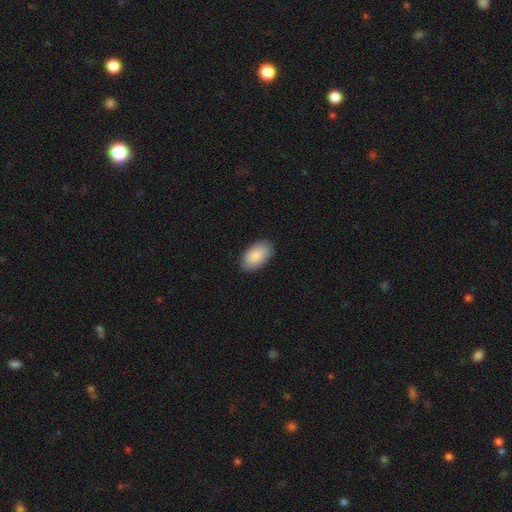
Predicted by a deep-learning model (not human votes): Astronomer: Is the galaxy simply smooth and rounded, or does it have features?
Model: smooth — 88%.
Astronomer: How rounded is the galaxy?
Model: in between — 95%.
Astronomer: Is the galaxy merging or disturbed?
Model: none — 87%.